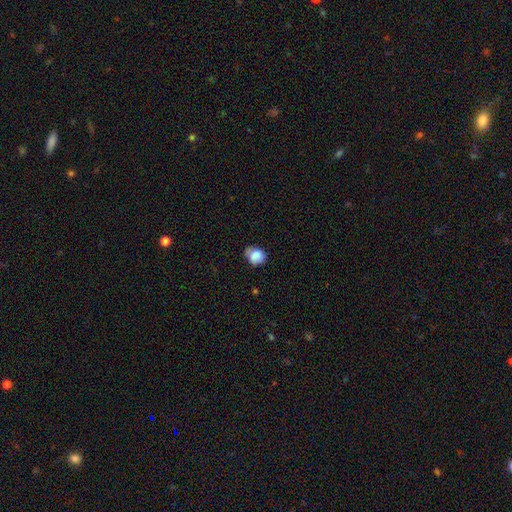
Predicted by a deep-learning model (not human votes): Smooth or featured? Predicted: smooth (p=0.82). How rounded? Predicted: round (p=0.61). Merging? Predicted: none (p=0.56).